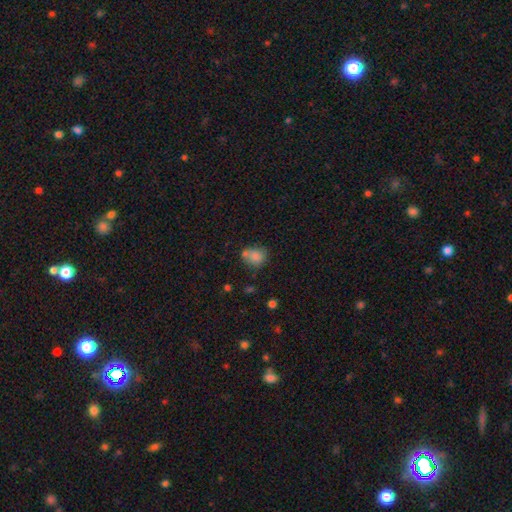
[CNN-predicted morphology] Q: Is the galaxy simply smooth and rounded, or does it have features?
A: smooth — 81%.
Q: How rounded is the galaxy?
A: round — 67%.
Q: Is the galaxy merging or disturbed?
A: none — 50%.